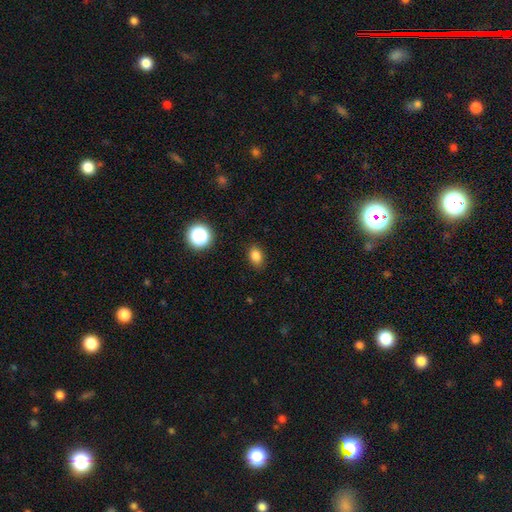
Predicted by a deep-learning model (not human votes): smooth_or_featured: smooth (p=0.82) [alt: star or artifact p=0.13]
how_rounded: in between (p=0.74) [alt: round p=0.25]
merging: none (p=0.86) [alt: minor disturbance p=0.10]